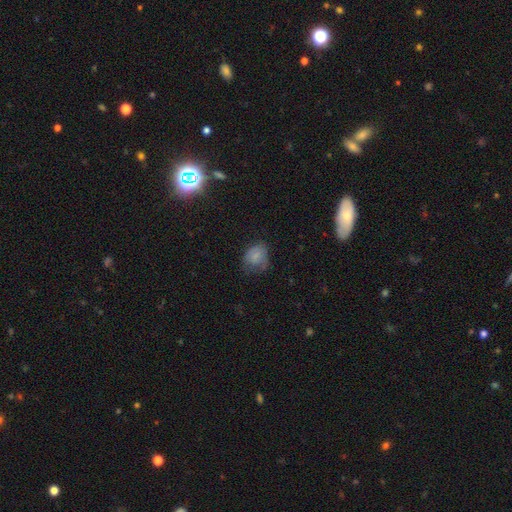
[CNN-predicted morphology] Smooth or featured?
  - smooth: 72% *
  - featured or disk: 17%
  - star or artifact: 11%
How rounded?
  - round: 53% *
  - in between: 46%
  - cigar-shaped: 1%
Merging?
  - none: 44% *
  - minor disturbance: 33%
  - major disturbance: 21%
  - merger: 2%